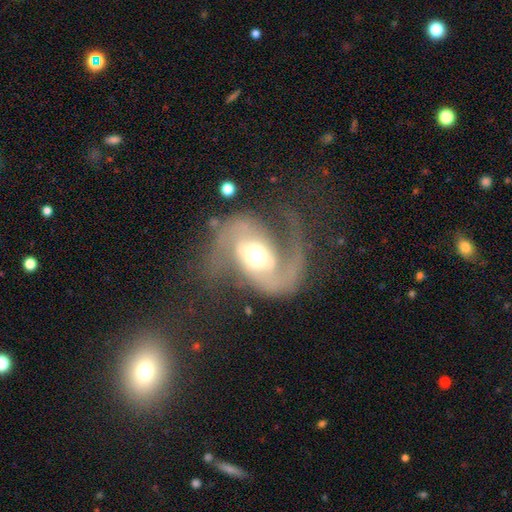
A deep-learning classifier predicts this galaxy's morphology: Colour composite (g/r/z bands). It shows a featured or disk galaxy (89%) with no bar (46%), 2 (88%) medium (51%) spiral arms (96%) and a moderate central bulge (61%). Merging: none (57%).